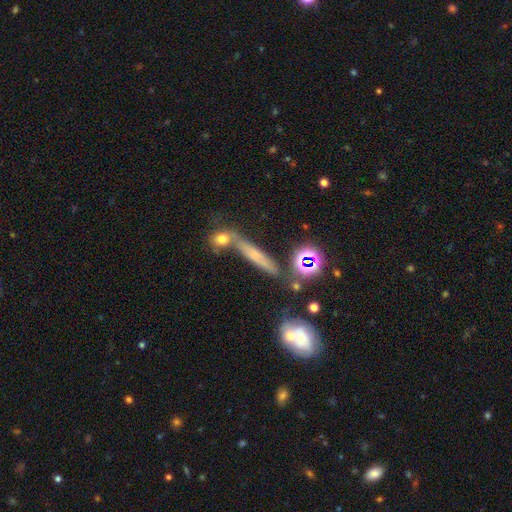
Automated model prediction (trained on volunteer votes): This appears to be a smooth galaxy with no disk features (54%) that is cigar-shaped (82%). Merging: none (59%).